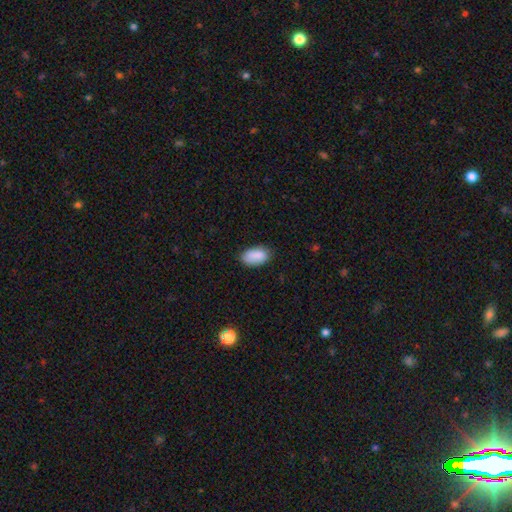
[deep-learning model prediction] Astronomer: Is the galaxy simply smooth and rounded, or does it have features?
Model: smooth — 88%.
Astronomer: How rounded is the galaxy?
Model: in between — 94%.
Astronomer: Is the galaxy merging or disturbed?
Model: none — 78%.